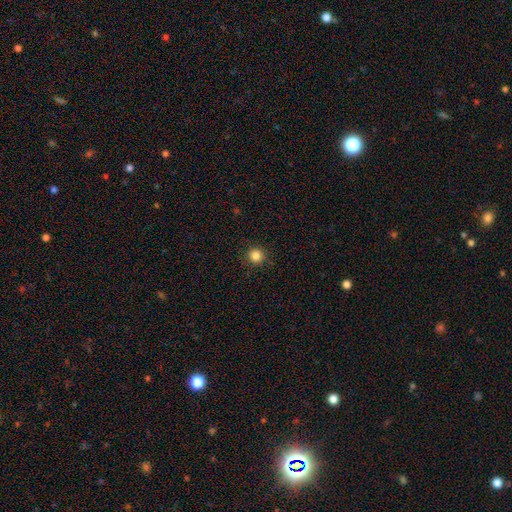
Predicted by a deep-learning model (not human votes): A smooth galaxy with no disk features (84%) that is round (95%).

Vote fractions:
- Smooth or featured? smooth: 84% / star or artifact: 12% / featured or disk: 4%
- How rounded? round: 95% / in between: 4% / cigar-shaped: 1%
- Merging? none: 91% / minor disturbance: 6% / major disturbance: 2% / merger: 1%